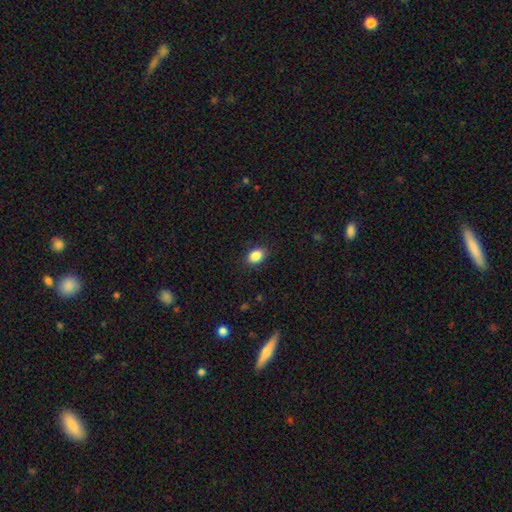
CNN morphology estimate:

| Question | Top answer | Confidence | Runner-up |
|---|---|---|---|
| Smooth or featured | smooth | 87% | star or artifact (8%) |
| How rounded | in between | 78% | round (21%) |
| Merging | none | 87% | minor disturbance (10%) |